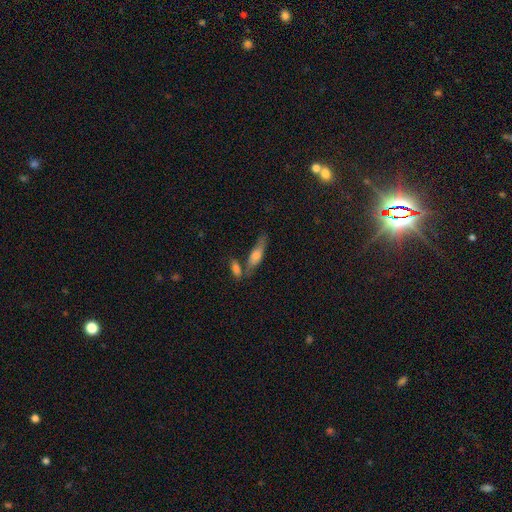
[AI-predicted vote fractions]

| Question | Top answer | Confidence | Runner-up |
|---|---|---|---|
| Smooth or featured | smooth | 51% | featured or disk (38%) |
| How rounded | cigar-shaped | 58% | in between (39%) |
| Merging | none | 59% | merger (19%) |